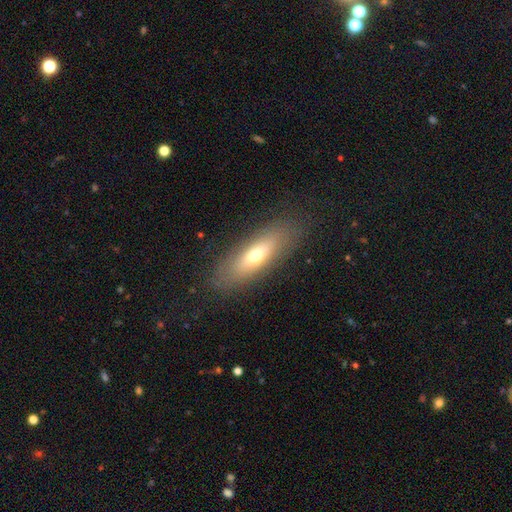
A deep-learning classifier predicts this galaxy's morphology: Overall: smooth (61%; featured or disk 31%). How rounded: in between (58%; cigar-shaped 38%). Merging: none (84%).